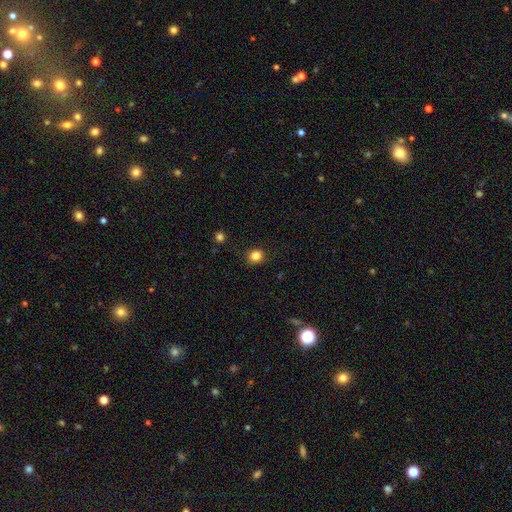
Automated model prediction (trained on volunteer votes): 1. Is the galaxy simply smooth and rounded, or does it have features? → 83% smooth, 12% star or artifact, 5% featured or disk.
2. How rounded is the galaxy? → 78% round, 21% in between, 1% cigar-shaped.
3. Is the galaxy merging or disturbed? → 87% none, 9% minor disturbance, 2% major disturbance, 1% merger.